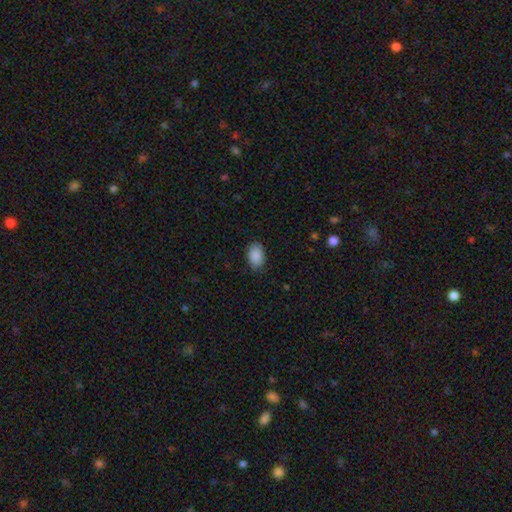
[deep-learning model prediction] Smooth or featured?
  - smooth: 90% *
  - star or artifact: 6%
  - featured or disk: 4%
How rounded?
  - in between: 88% *
  - round: 11%
  - cigar-shaped: 1%
Merging?
  - none: 84% *
  - minor disturbance: 12%
  - major disturbance: 3%
  - merger: 1%